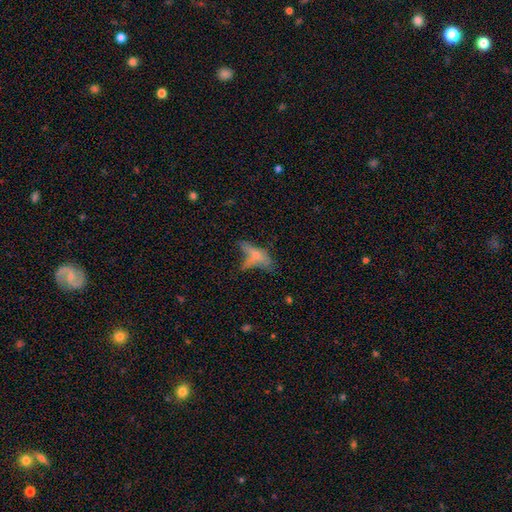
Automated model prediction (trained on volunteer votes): A smooth galaxy with no disk features (54%) that is in between round and cigar-shaped (63%).

Vote fractions:
- Smooth or featured? smooth: 54% / featured or disk: 31% / star or artifact: 15%
- How rounded? in between: 63% / cigar-shaped: 31% / round: 6%
- Merging? none: 30% / major disturbance: 29% / merger: 21% / minor disturbance: 20%